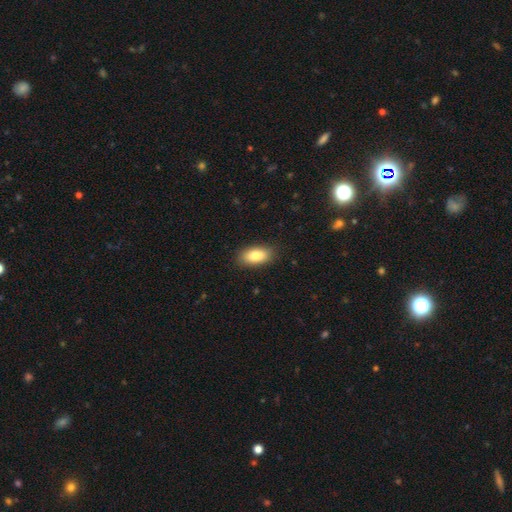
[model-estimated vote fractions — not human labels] This is clearly a smooth galaxy (82%). How rounded: clearly in between (90%). Merging: clearly none (88%).